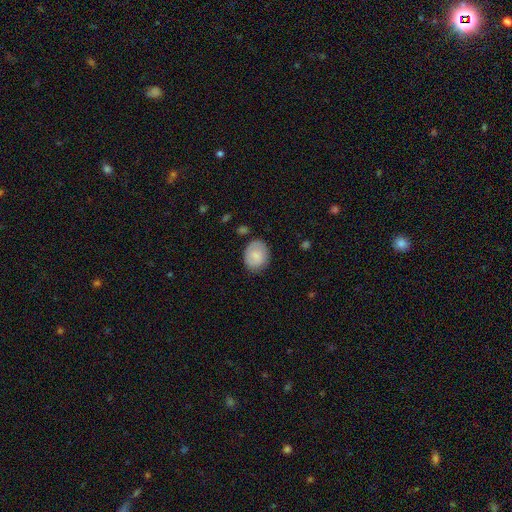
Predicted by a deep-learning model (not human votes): Smooth or featured: smooth — 76% (featured or disk — 17%)
How rounded: round — 54% (in between — 45%)
Merging: none — 77% (minor disturbance — 17%)